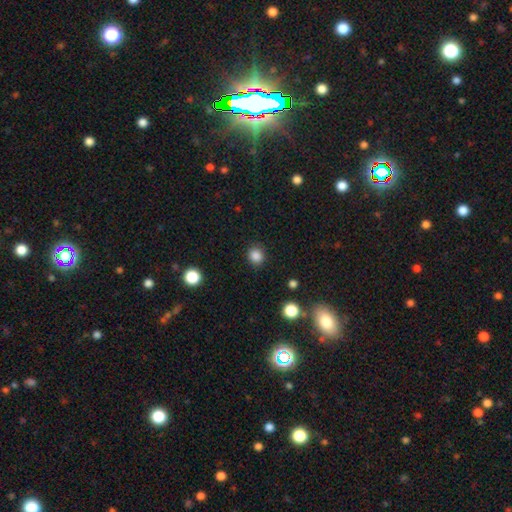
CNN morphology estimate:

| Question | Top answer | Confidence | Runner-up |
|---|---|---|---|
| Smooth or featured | smooth | 85% | star or artifact (11%) |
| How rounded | round | 85% | in between (14%) |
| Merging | none | 89% | minor disturbance (7%) |